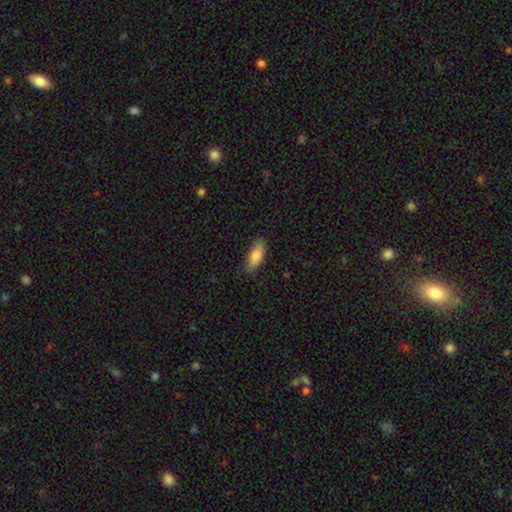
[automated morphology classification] smooth 82%, featured or disk 11%, star or artifact 6%. Down the decision tree: how rounded — in between (74%); merging — none (80%).